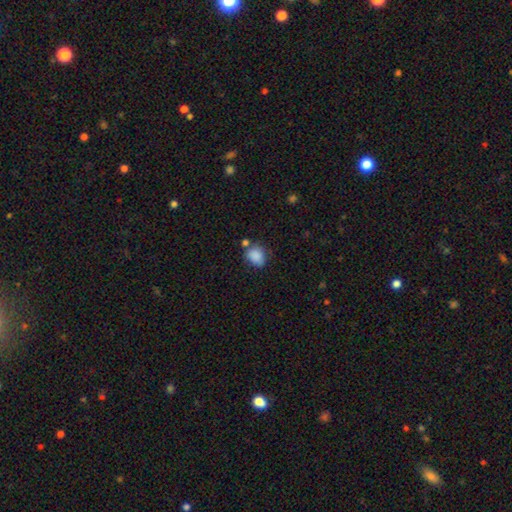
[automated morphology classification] Smooth or featured: smooth — 87% (star or artifact — 9%)
How rounded: round — 53% (in between — 46%)
Merging: none — 62% (minor disturbance — 19%)